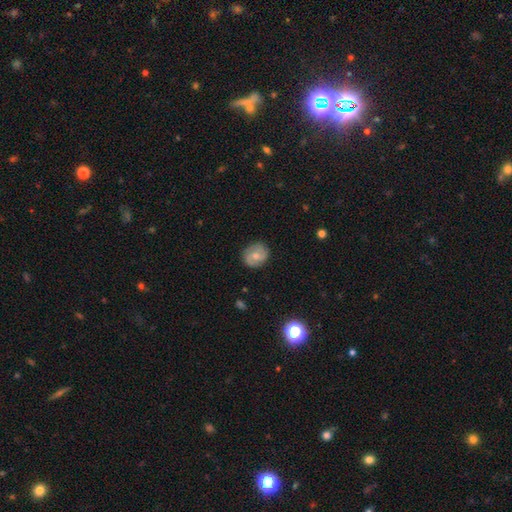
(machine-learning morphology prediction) A smooth galaxy with no disk features (47%).

Vote fractions:
- Smooth or featured? smooth: 47% / featured or disk: 45% / star or artifact: 8%
- Merging? none: 82% / minor disturbance: 14% / major disturbance: 3% / merger: 1%